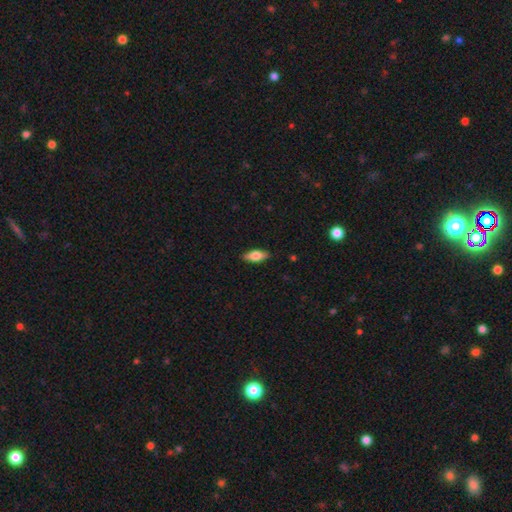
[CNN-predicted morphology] A smooth galaxy with no disk features (66%) that is in between round and cigar-shaped (73%).

Vote fractions:
- Smooth or featured? smooth: 66% / featured or disk: 28% / star or artifact: 6%
- How rounded? in between: 73% / cigar-shaped: 24% / round: 3%
- Merging? none: 88% / minor disturbance: 9% / major disturbance: 2% / merger: 1%